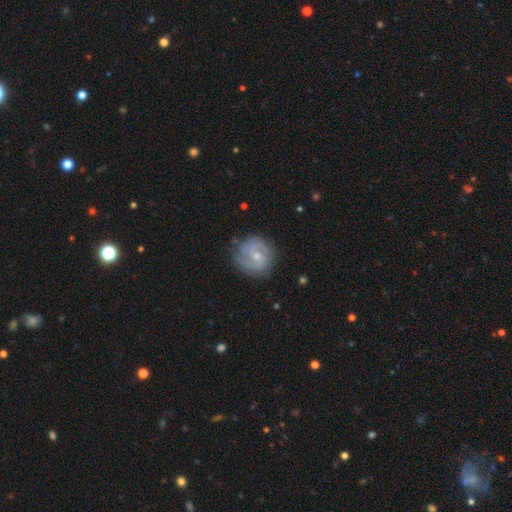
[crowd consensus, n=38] A featured or disk galaxy (92%) with a weak bar (51%), 2 (77%) tight (49%) spiral arms (100%) and a small central bulge (69%). Merging: none (81%).